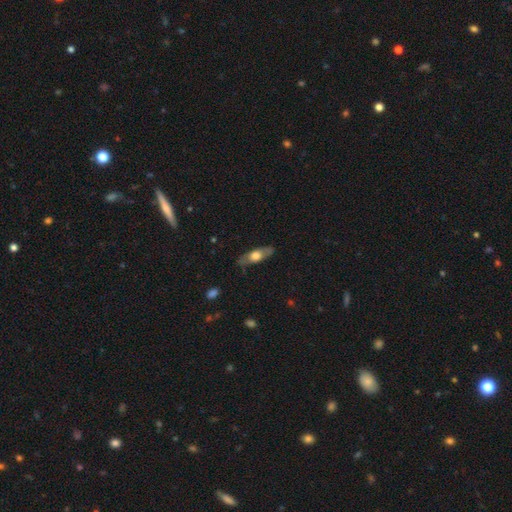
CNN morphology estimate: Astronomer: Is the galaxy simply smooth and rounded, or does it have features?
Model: smooth — 48% (runner-up: featured or disk, 46%).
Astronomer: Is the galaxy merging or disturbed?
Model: none — 77%.